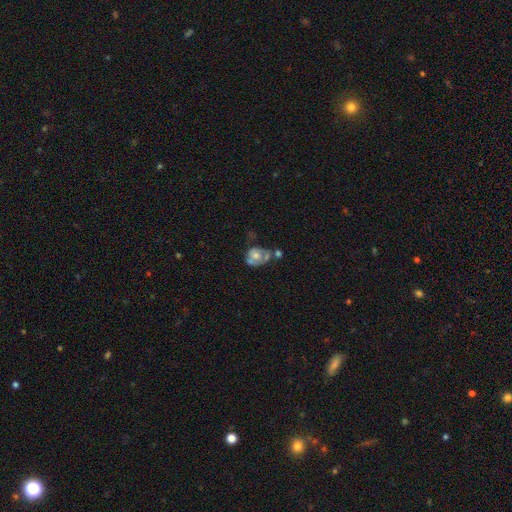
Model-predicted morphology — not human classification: Overall: featured or disk (52%; smooth 40%). Edge-on disk: no (97%). Merging: merger (35%; none 27%).